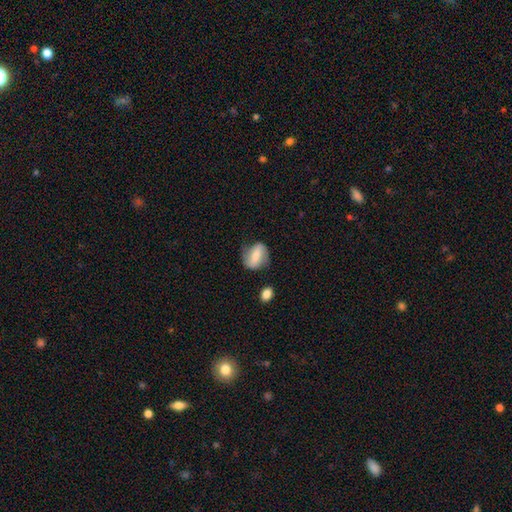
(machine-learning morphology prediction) Smooth or featured? Predicted: featured or disk (p=0.51). Edge-on disk? Predicted: no (p=0.93). Merging? Predicted: none (p=0.68).